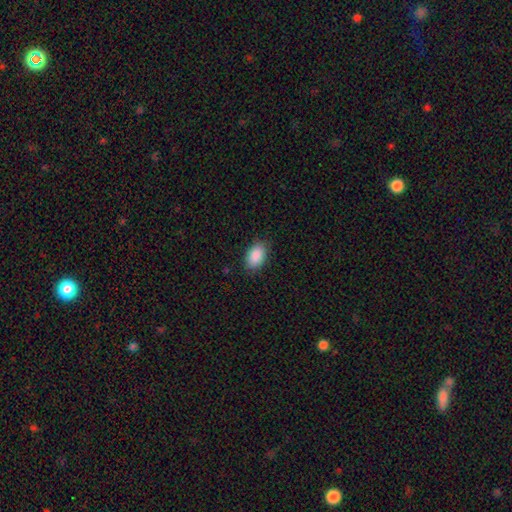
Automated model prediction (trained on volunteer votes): Q: Smooth or featured?
A: smooth (90%); runner-up: star or artifact (7%)
Q: How rounded?
A: in between (91%); runner-up: round (7%)
Q: Merging?
A: none (85%); runner-up: minor disturbance (12%)